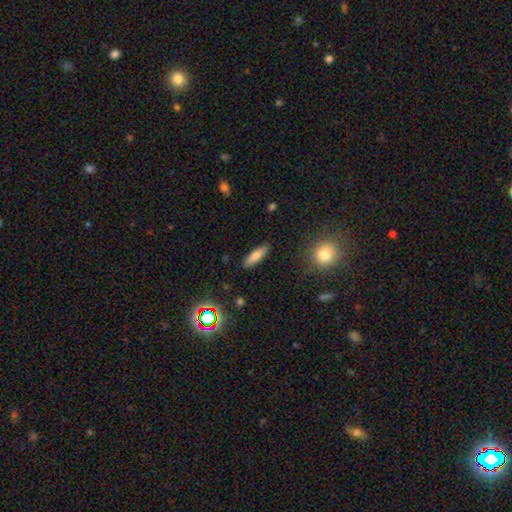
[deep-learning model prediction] This appears to be a smooth galaxy with no disk features (71%) that is cigar-shaped (61%). Merging: none (88%).